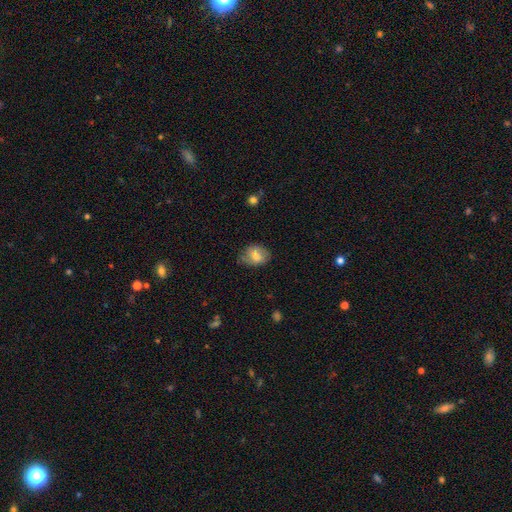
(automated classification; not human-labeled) Smooth or featured? Predicted: smooth (p=0.68). How rounded? Predicted: in between (p=0.61). Merging? Predicted: none (p=0.66).